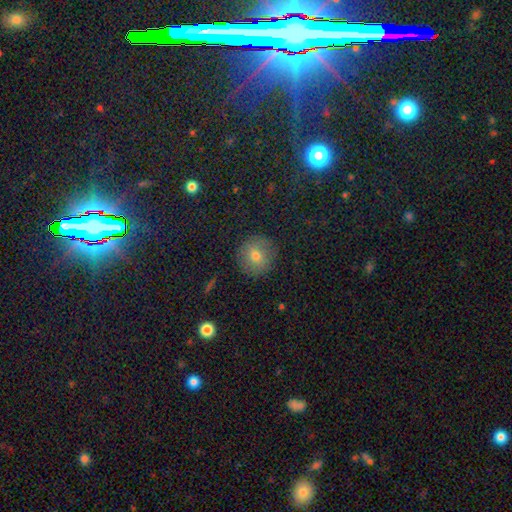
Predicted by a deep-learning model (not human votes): smooth_or_featured: smooth (p=0.70) [alt: featured or disk p=0.16]
how_rounded: round (p=0.92) [alt: in between p=0.07]
merging: none (p=0.88) [alt: minor disturbance p=0.08]